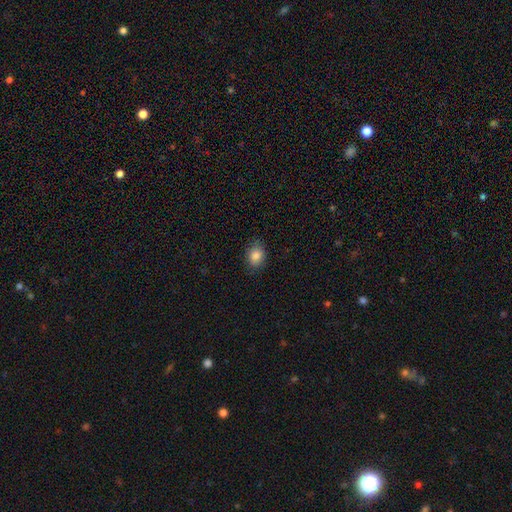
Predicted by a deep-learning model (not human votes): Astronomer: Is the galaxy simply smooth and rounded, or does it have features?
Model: smooth — 85%.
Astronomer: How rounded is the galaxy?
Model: in between — 64%.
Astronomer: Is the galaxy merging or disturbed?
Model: none — 84%.